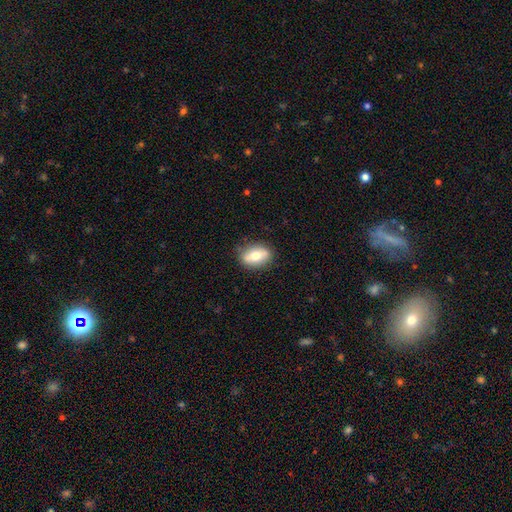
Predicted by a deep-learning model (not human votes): A smooth galaxy with no disk features (65%) that is in between round and cigar-shaped (82%).

Vote fractions:
- Smooth or featured? smooth: 65% / featured or disk: 28% / star or artifact: 7%
- How rounded? in between: 82% / round: 13% / cigar-shaped: 5%
- Merging? none: 81% / minor disturbance: 14% / major disturbance: 3% / merger: 1%